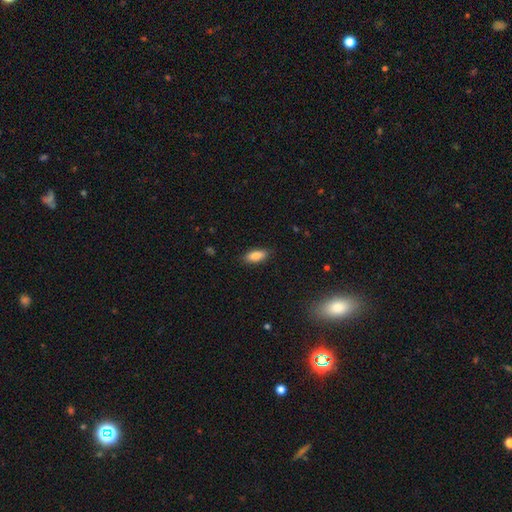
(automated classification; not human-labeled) Smooth or featured? smooth (85%)
How rounded? in between (84%)
Merging? none (86%)